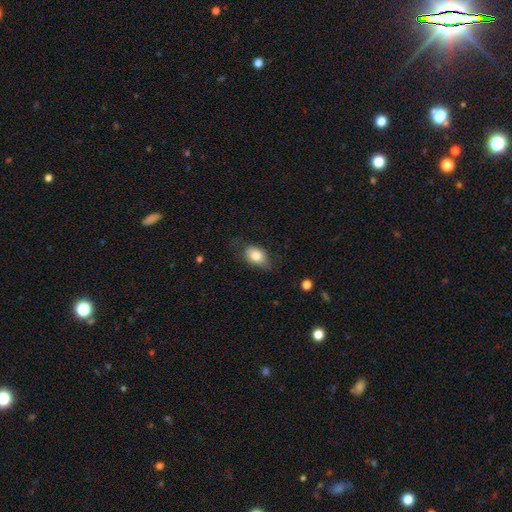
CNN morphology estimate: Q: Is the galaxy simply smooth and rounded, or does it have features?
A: smooth — 79%.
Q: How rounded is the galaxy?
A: in between — 81%.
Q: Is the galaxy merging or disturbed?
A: none — 60%.